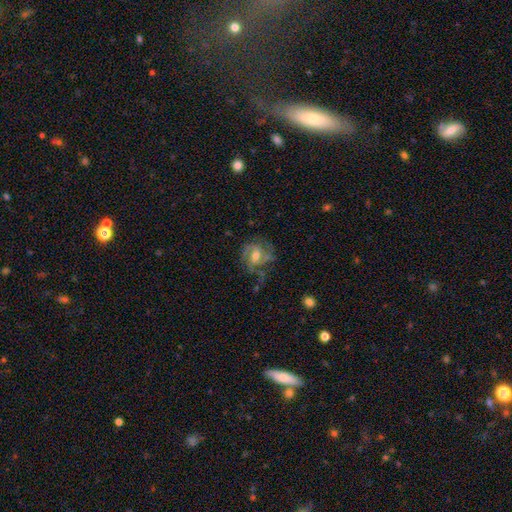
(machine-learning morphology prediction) This appears to be a featured or disk galaxy (77%) with a weak bar (49%), 2 (44%) medium (49%) spiral arms (90%) and a moderate central bulge (65%). Merging: none (56%).